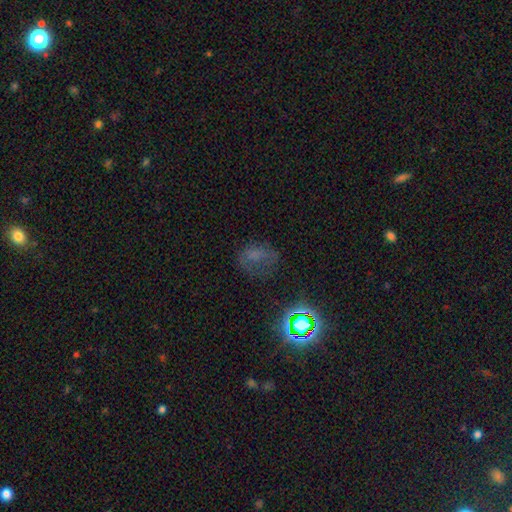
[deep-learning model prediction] This appears to be a smooth galaxy with no disk features (48%). Merging: none (50%).